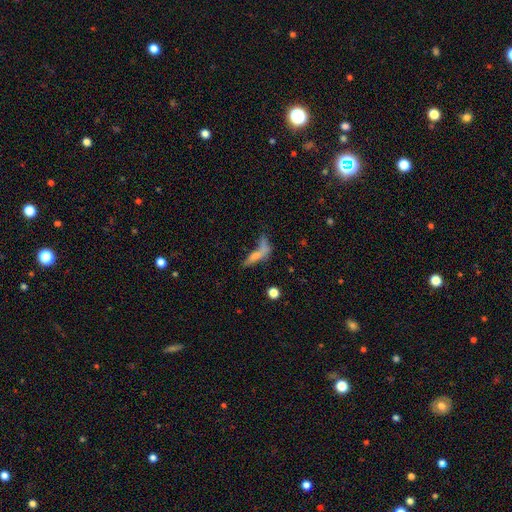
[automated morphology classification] The model was most divided on "merging": none: 33%, merger: 25%, major disturbance: 24%, minor disturbance: 19%. More confident: how rounded — cigar-shaped (68%); smooth or featured — smooth (53%).